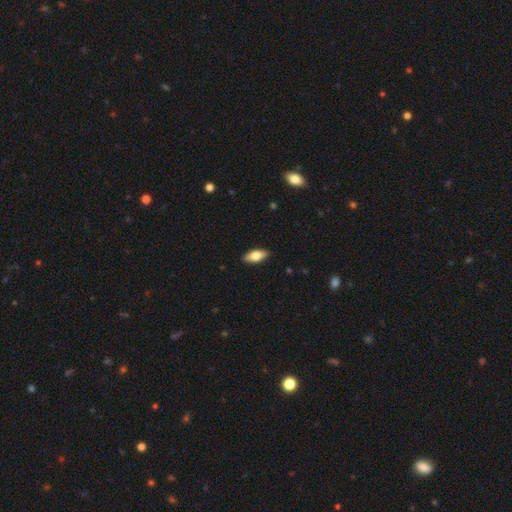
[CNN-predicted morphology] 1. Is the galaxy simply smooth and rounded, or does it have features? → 71% smooth, 23% featured or disk, 6% star or artifact.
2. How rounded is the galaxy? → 84% in between, 14% cigar-shaped, 3% round.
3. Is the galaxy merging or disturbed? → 88% none, 9% minor disturbance, 2% major disturbance, 1% merger.